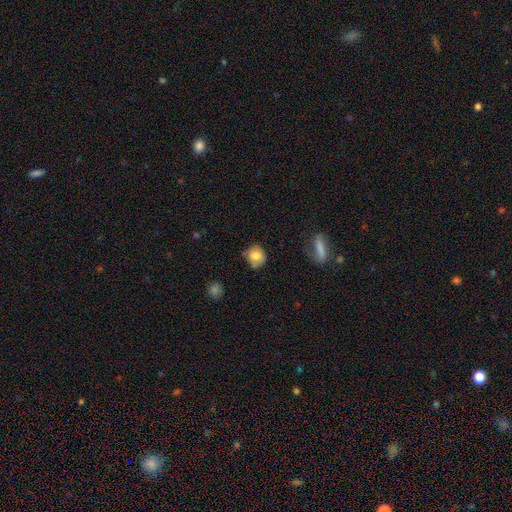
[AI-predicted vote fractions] Overall: smooth (77%). How rounded: round (73%). Merging: none (59%; minor disturbance 30%).